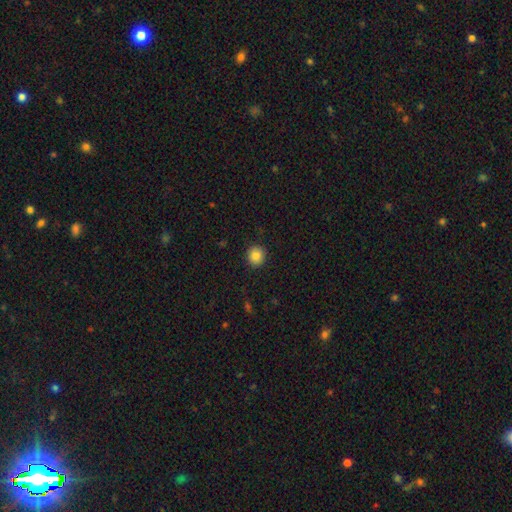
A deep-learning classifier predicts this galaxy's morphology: This is clearly a smooth galaxy (85%). How rounded: clearly round (90%). Merging: clearly none (91%).